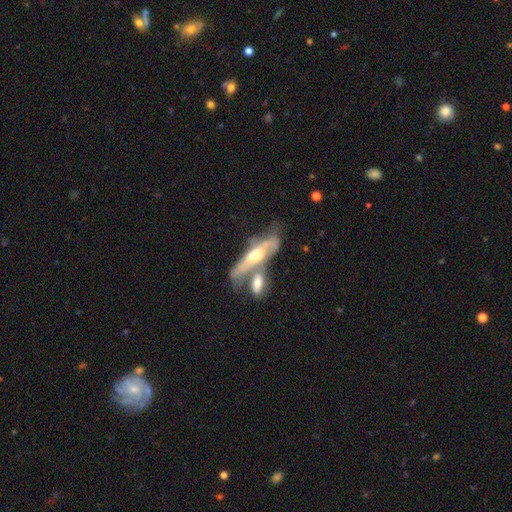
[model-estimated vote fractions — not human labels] featured or disk 62%, smooth 32%, star or artifact 6%. Down the decision tree: edge-on disk — no (53%); merging — merger (54%).